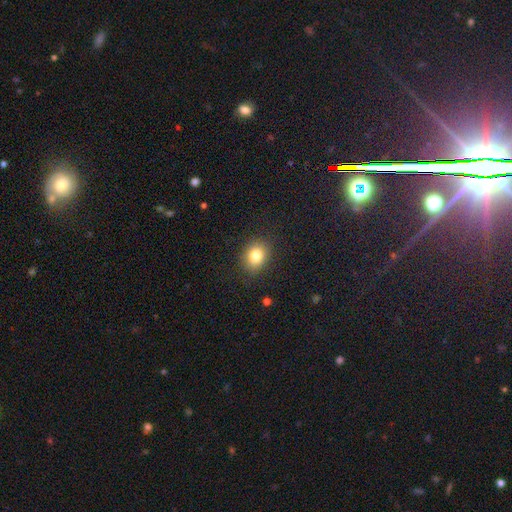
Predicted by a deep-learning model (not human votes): Smooth or featured?
  - smooth: 80% *
  - star or artifact: 11%
  - featured or disk: 9%
How rounded?
  - round: 52% *
  - in between: 48%
  - cigar-shaped: 1%
Merging?
  - none: 86% *
  - minor disturbance: 10%
  - major disturbance: 3%
  - merger: 1%